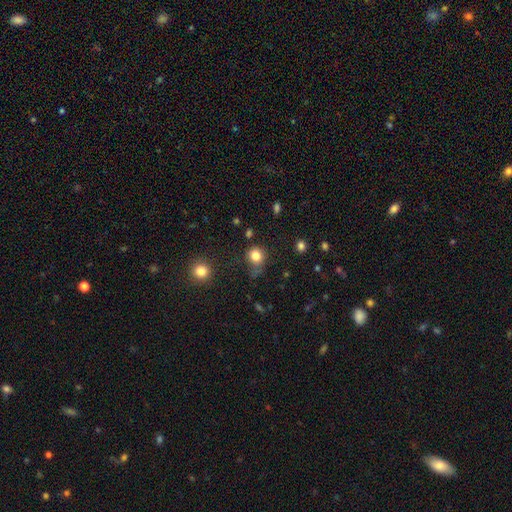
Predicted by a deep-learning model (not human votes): smooth-or-featured: smooth: 82% | star or artifact: 12% | featured or disk: 6%
  how-rounded: round: 83% | in between: 16% | cigar-shaped: 1%
  merging: none: 60% | minor disturbance: 25% | major disturbance: 11% | merger: 4%